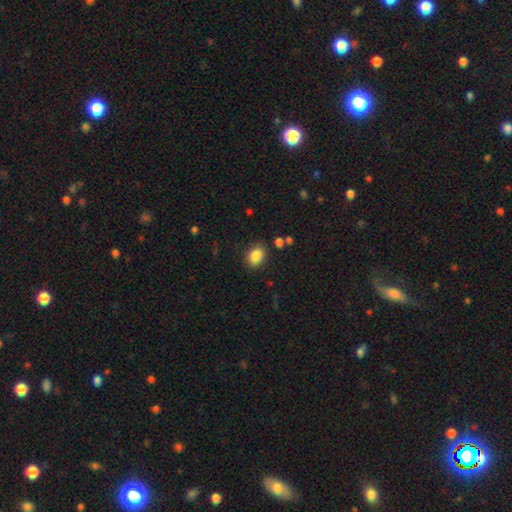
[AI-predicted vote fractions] Smooth or featured?
  - smooth: 87% *
  - star or artifact: 9%
  - featured or disk: 4%
How rounded?
  - in between: 71% *
  - round: 28%
  - cigar-shaped: 1%
Merging?
  - none: 86% *
  - minor disturbance: 9%
  - major disturbance: 3%
  - merger: 2%